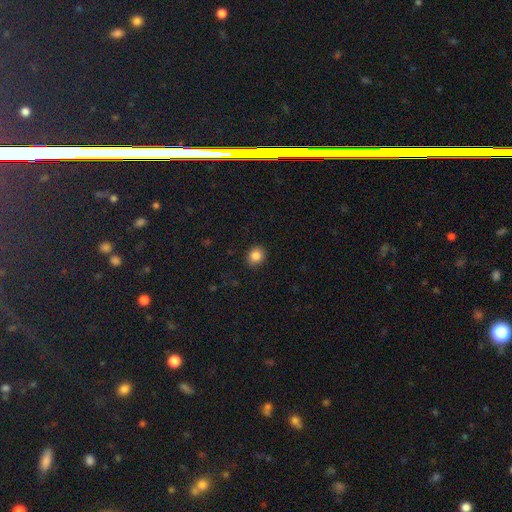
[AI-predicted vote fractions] Q: Smooth or featured?
A: smooth (86%); runner-up: star or artifact (10%)
Q: How rounded?
A: round (70%); runner-up: in between (30%)
Q: Merging?
A: none (89%); runner-up: minor disturbance (7%)